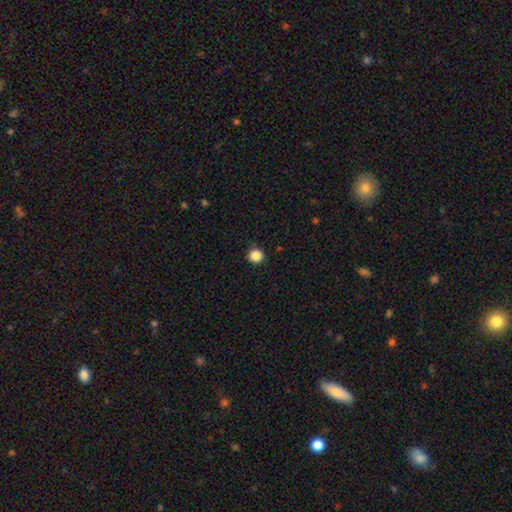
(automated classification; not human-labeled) This appears to be a smooth galaxy with no disk features (86%) that is round (95%). Merging: none (90%).